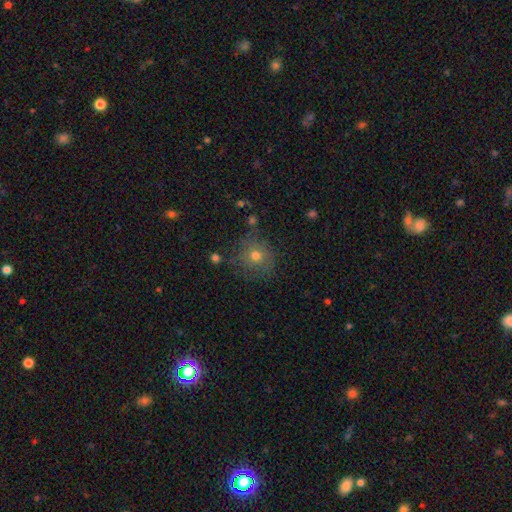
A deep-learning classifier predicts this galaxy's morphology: The model was most divided on "smooth or featured": smooth: 69%, featured or disk: 17%, star or artifact: 14%. More confident: how rounded — round (89%); merging — none (76%).